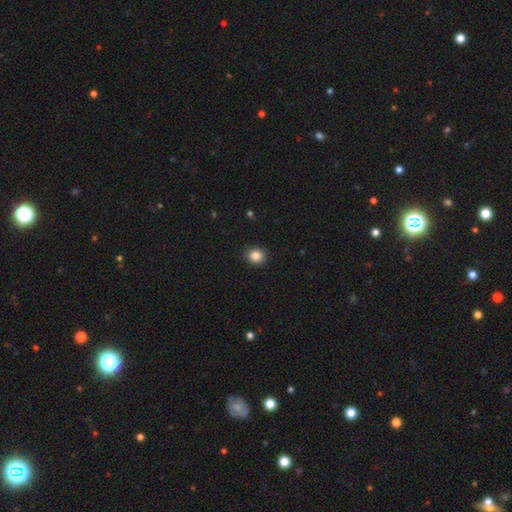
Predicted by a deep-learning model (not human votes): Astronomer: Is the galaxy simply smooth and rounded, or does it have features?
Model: smooth — 86%.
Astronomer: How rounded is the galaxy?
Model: round — 82%.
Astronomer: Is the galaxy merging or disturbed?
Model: none — 92%.